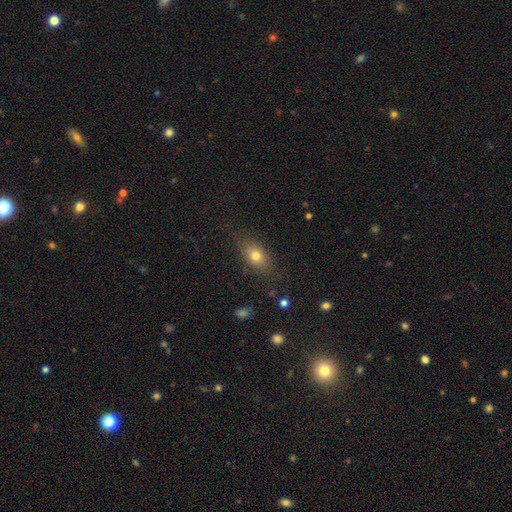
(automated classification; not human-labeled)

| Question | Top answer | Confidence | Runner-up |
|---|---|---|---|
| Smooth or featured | smooth | 76% | featured or disk (13%) |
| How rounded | in between | 75% | round (20%) |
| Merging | none | 75% | minor disturbance (17%) |